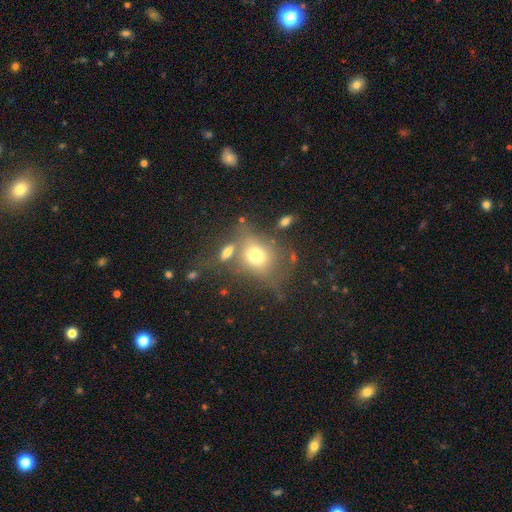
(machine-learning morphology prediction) This is likely a smooth galaxy (69%). How rounded: possibly round (51%). Merging: marginally none (45%).